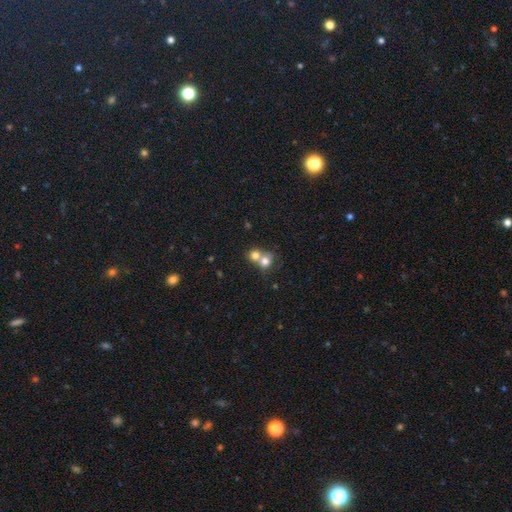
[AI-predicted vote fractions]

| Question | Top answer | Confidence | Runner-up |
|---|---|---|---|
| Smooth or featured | smooth | 74% | featured or disk (15%) |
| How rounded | round | 75% | in between (24%) |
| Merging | merger | 66% | none (26%) |